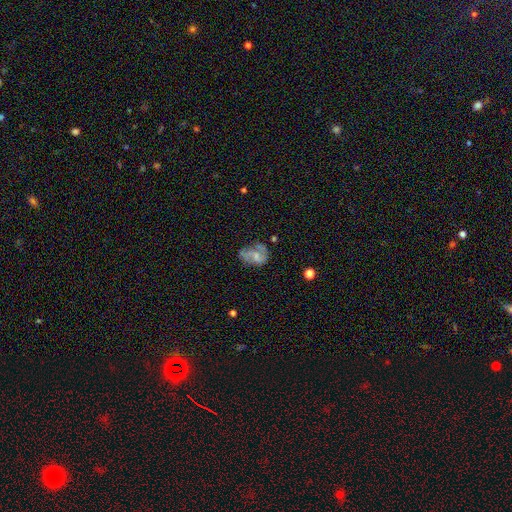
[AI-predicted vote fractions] Smooth or featured?
  - featured or disk: 54% *
  - smooth: 36%
  - star or artifact: 10%
Edge-on disk?
  - no: 97% *
  - yes: 3%
Bar?
  - no: 63% *
  - weak: 30%
  - strong: 6%
Spiral arms?
  - yes: 58% *
  - no: 42%
Bulge size?
  - small: 41% *
  - moderate: 31%
  - none: 23%
  - large: 3%
  - dominant: 1%
Merging?
  - none: 41% *
  - minor disturbance: 27%
  - major disturbance: 26%
  - merger: 7%